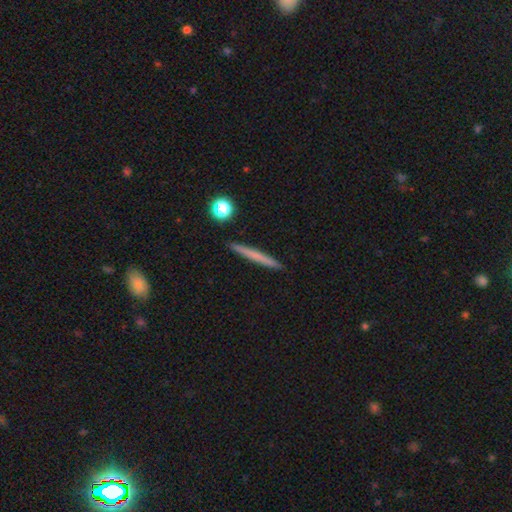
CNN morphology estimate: type=smooth (61%); roundness=cigar-shaped (96%); merging=none (92%).